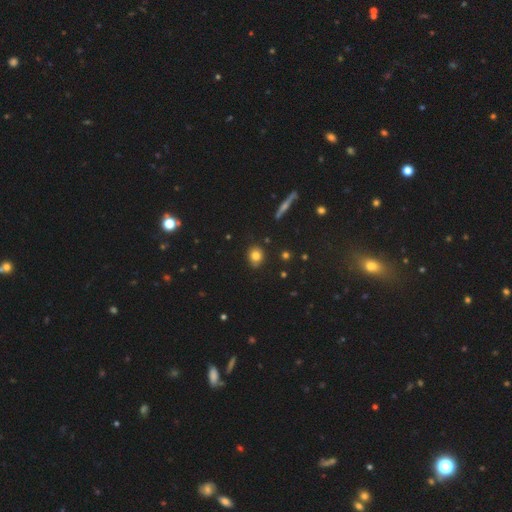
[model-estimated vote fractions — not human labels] A smooth galaxy with no disk features (80%) that is round (72%).

Vote fractions:
- Smooth or featured? smooth: 80% / star or artifact: 12% / featured or disk: 9%
- How rounded? round: 72% / in between: 26% / cigar-shaped: 2%
- Merging? none: 80% / minor disturbance: 15% / merger: 3% / major disturbance: 3%